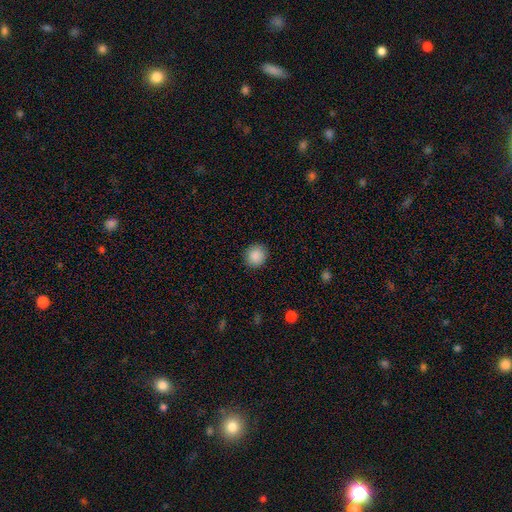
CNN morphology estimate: A smooth galaxy with no disk features (89%) that is round (87%).

Vote fractions:
- Smooth or featured? smooth: 89% / star or artifact: 8% / featured or disk: 3%
- How rounded? round: 87% / in between: 12% / cigar-shaped: 1%
- Merging? none: 90% / minor disturbance: 7% / major disturbance: 2% / merger: 1%